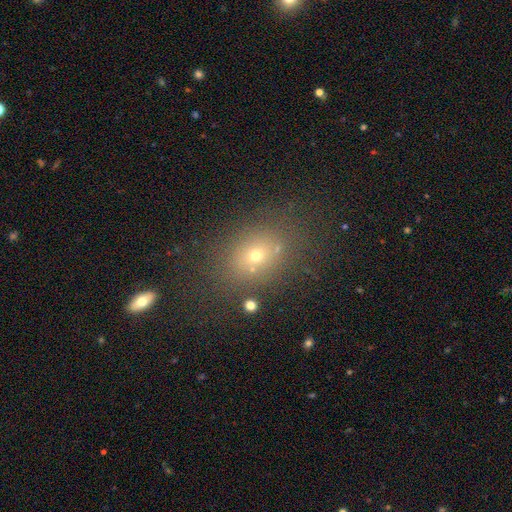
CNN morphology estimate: Q: Smooth or featured?
A: smooth (64%); runner-up: star or artifact (21%)
Q: How rounded?
A: in between (57%); runner-up: round (42%)
Q: Merging?
A: none (74%); runner-up: minor disturbance (14%)